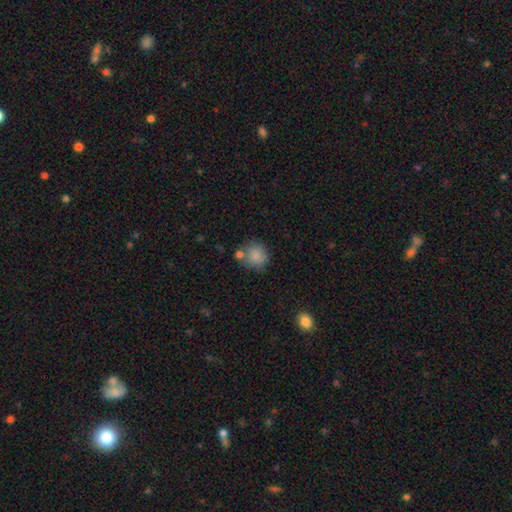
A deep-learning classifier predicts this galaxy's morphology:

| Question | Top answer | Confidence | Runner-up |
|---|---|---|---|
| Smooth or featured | smooth | 85% | star or artifact (9%) |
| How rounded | round | 89% | in between (10%) |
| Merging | none | 68% | merger (14%) |